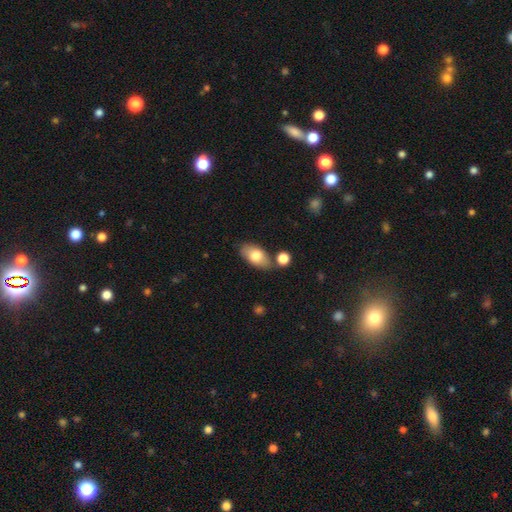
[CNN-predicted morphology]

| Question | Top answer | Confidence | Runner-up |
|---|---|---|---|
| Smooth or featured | smooth | 75% | featured or disk (18%) |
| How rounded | in between | 92% | round (5%) |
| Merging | none | 73% | minor disturbance (14%) |